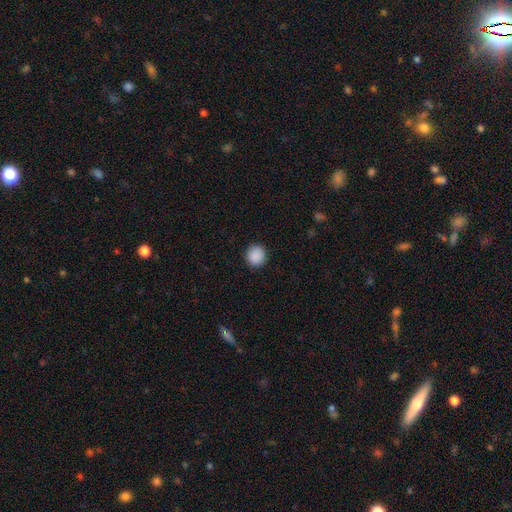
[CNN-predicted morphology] Overall: smooth (90%). How rounded: round (91%). Merging: none (92%).